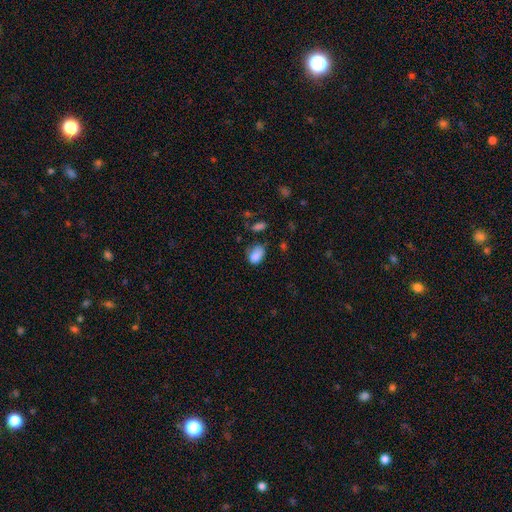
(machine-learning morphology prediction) Smooth or featured: smooth — 82% (star or artifact — 10%)
How rounded: in between — 77% (round — 21%)
Merging: none — 40% (minor disturbance — 35%)